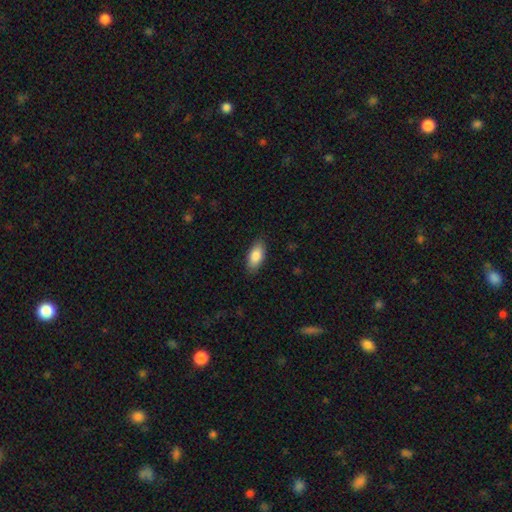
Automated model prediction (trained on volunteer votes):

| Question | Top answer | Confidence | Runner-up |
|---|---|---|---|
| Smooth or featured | smooth | 85% | featured or disk (8%) |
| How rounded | in between | 90% | cigar-shaped (7%) |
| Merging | none | 86% | minor disturbance (11%) |